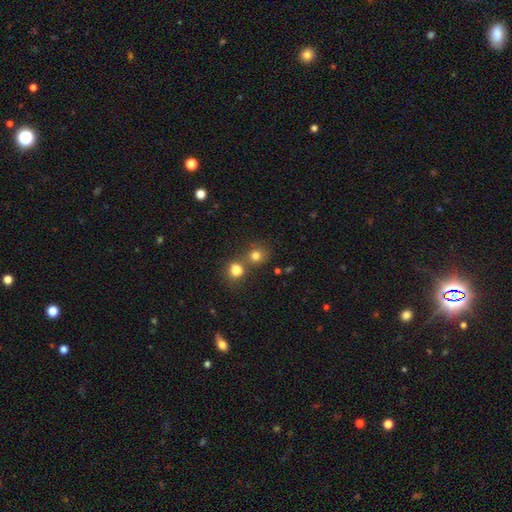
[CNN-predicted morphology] This appears to be a smooth galaxy with no disk features (78%) that is round (83%). Merging: none (52%).